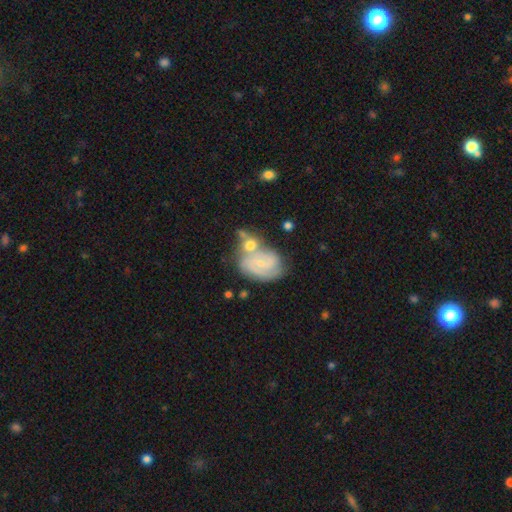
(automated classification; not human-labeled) Morphology: type=featured or disk (59%); edge-on=no (96%); bar=no (63%); spiral arms=yes (77%); bulge=small (73%); merging=none (43%).